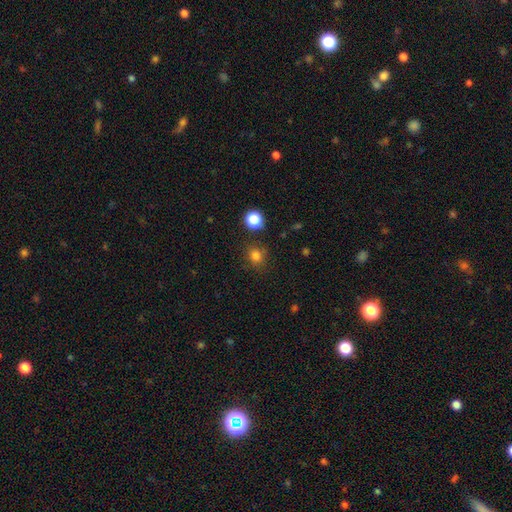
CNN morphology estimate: A smooth galaxy with no disk features (80%) that is round (80%). Merging: none (81%).